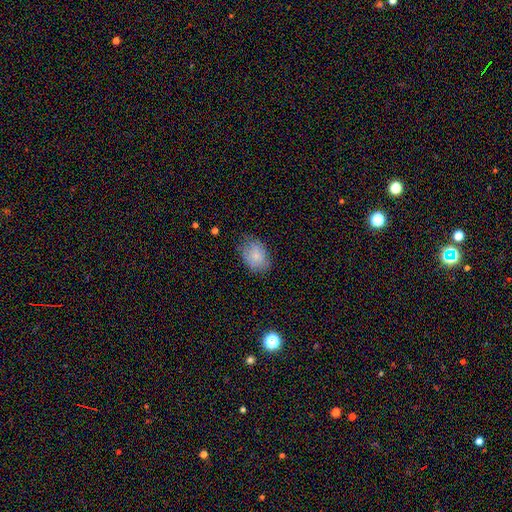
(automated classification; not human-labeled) smooth-or-featured: smooth: 79% | featured or disk: 12% | star or artifact: 8%
  how-rounded: in between: 78% | round: 21% | cigar-shaped: 1%
  merging: none: 71% | minor disturbance: 22% | major disturbance: 6% | merger: 1%